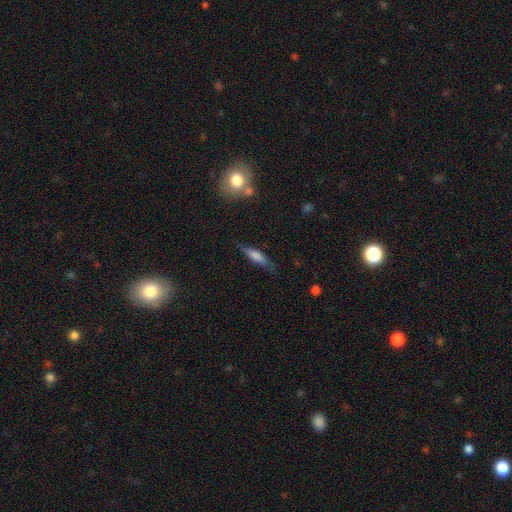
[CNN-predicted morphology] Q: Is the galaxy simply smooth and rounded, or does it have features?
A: smooth — 58%.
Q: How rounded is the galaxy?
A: cigar-shaped — 72%.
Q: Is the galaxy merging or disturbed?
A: none — 75%.